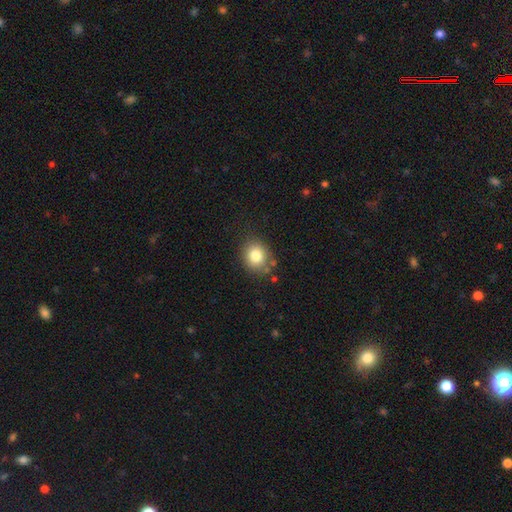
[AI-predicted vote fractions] smooth_or_featured: smooth (p=0.80) [alt: star or artifact p=0.10]
how_rounded: round (p=0.67) [alt: in between p=0.32]
merging: none (p=0.78) [alt: minor disturbance p=0.14]